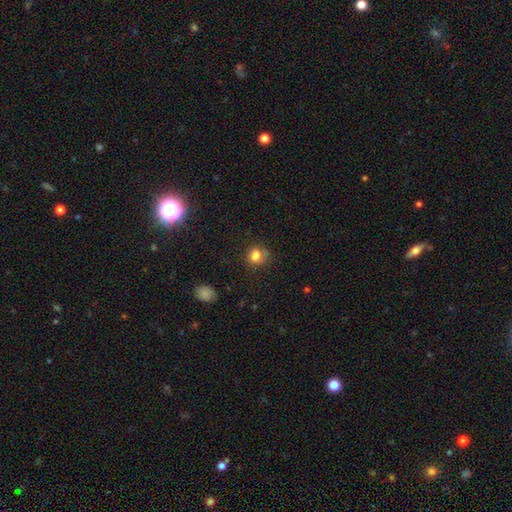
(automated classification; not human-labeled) This appears to be a smooth galaxy with no disk features (79%) that is round (72%). Merging: none (59%).